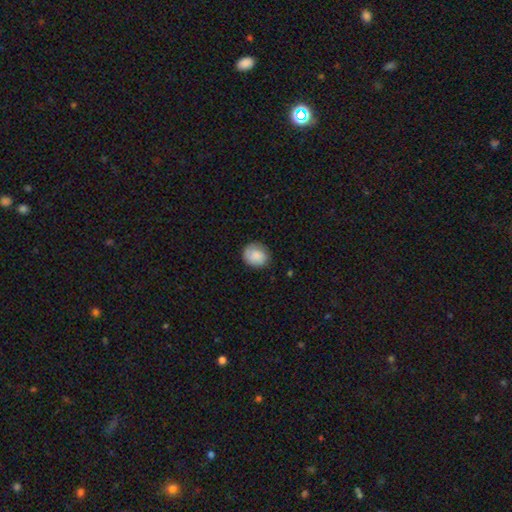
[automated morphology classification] This appears to be a smooth galaxy with no disk features (82%) that is round (75%). Merging: none (79%).